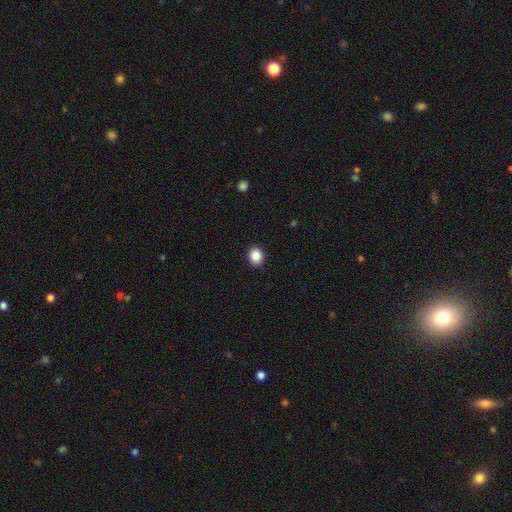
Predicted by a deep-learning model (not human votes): smooth-or-featured: smooth: 88% | star or artifact: 9% | featured or disk: 3%
  how-rounded: round: 55% | in between: 44% | cigar-shaped: 1%
  merging: none: 92% | minor disturbance: 6% | major disturbance: 2% | merger: 1%